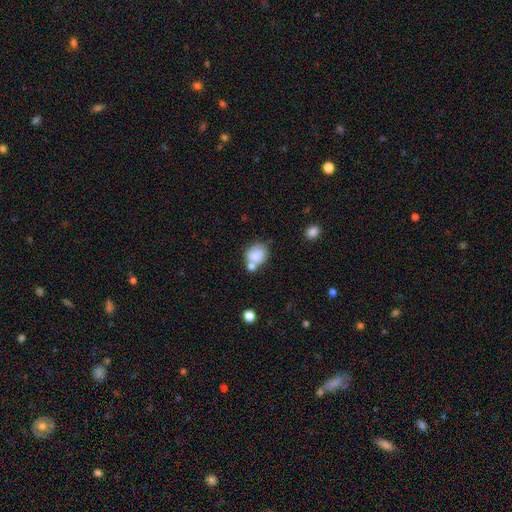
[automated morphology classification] Smooth or featured: smooth — 79% (featured or disk — 12%)
How rounded: round — 59% (in between — 40%)
Merging: none — 46% (merger — 27%)